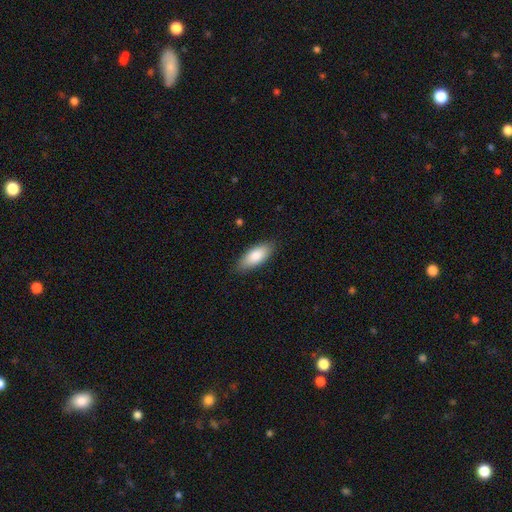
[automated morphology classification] A smooth galaxy with no disk features (83%) that is in between round and cigar-shaped (81%). Merging: none (85%).